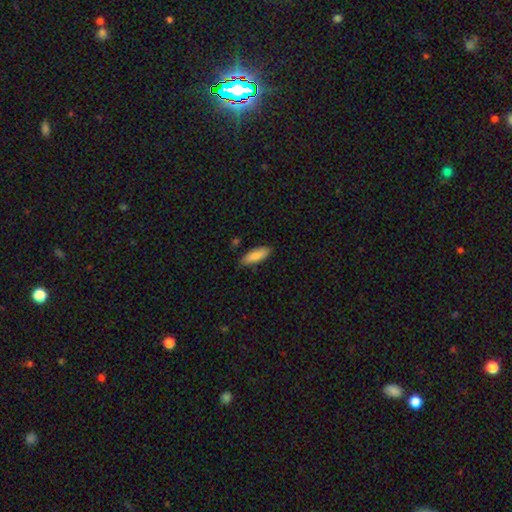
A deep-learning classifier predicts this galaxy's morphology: Overall: smooth (86%). How rounded: in between (59%; cigar-shaped 40%). Merging: none (82%).